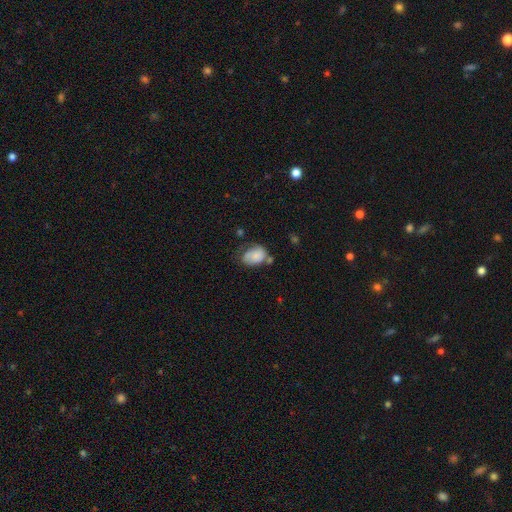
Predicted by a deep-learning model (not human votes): Smooth or featured? Predicted: smooth (p=0.71). How rounded? Predicted: in between (p=0.79). Merging? Predicted: none (p=0.37).